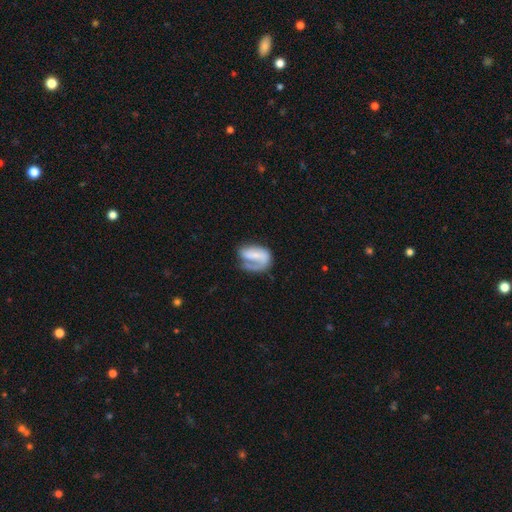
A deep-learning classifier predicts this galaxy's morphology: A featured or disk galaxy (57%) with no bar (44%), spiral arms (75%) and a small central bulge (40%). Merging: none (37%).